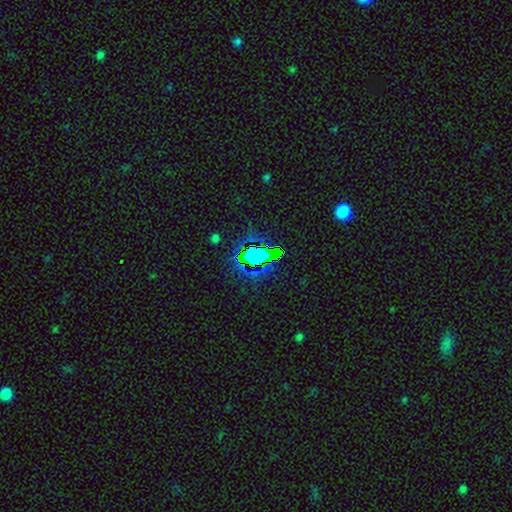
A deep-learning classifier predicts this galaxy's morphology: This appears to be a star or artifact, not a galaxy (74%).